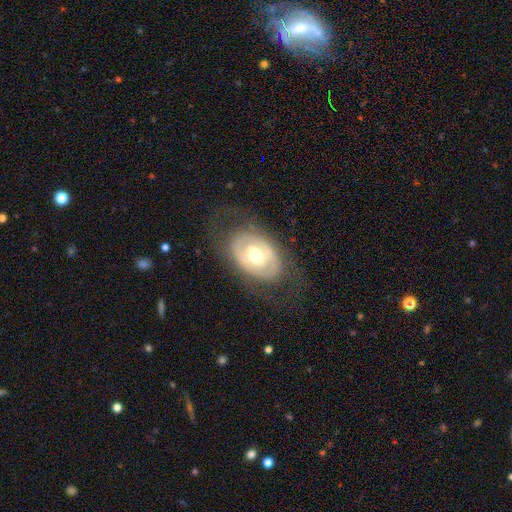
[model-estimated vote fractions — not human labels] This is likely a featured or disk galaxy (62%). It is clearly not viewed edge-on (91%). Bar: possibly no (50%). Spiral arm pattern: likely no (72%). Central bulge: likely moderate (70%). Merging: likely none (70%).